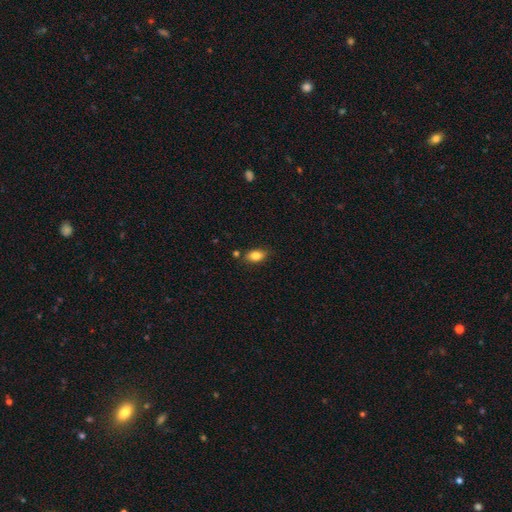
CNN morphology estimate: smooth-or-featured: smooth: 83% | star or artifact: 9% | featured or disk: 8%
  how-rounded: in between: 86% | round: 10% | cigar-shaped: 4%
  merging: none: 77% | minor disturbance: 15% | merger: 5% | major disturbance: 3%